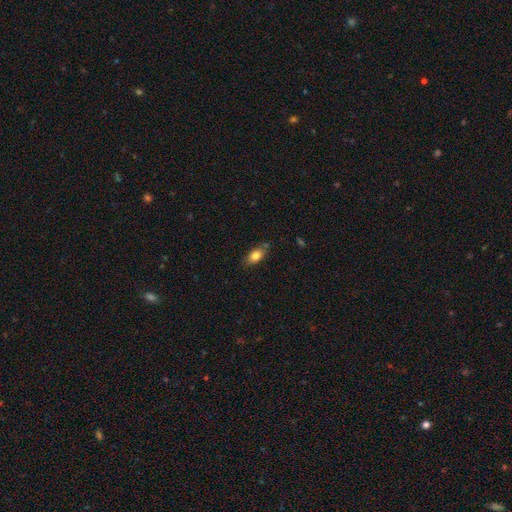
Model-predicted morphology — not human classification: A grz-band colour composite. It shows a smooth galaxy with no disk features (81%) that is in between round and cigar-shaped (86%). Merging: none (73%).